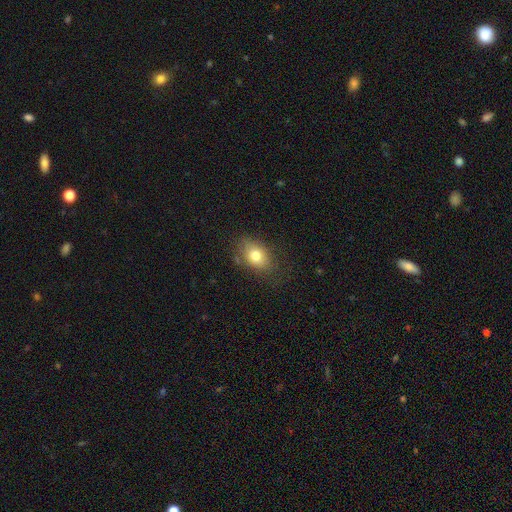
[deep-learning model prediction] Q: Smooth or featured?
A: smooth (77%); runner-up: featured or disk (13%)
Q: How rounded?
A: in between (75%); runner-up: round (24%)
Q: Merging?
A: none (72%); runner-up: minor disturbance (19%)